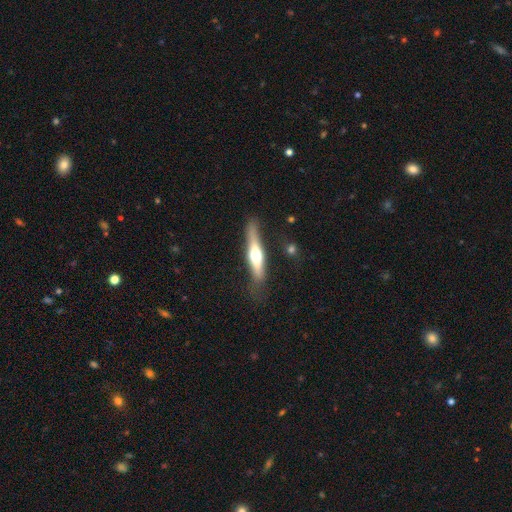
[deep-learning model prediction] smooth_or_featured: featured or disk (p=0.58) [alt: smooth p=0.37]
disk_edge_on: yes (p=0.92) [alt: no p=0.08]
edge_on_bulge: rounded (p=0.92) [alt: boxy p=0.05]
merging: none (p=0.75) [alt: minor disturbance p=0.17]